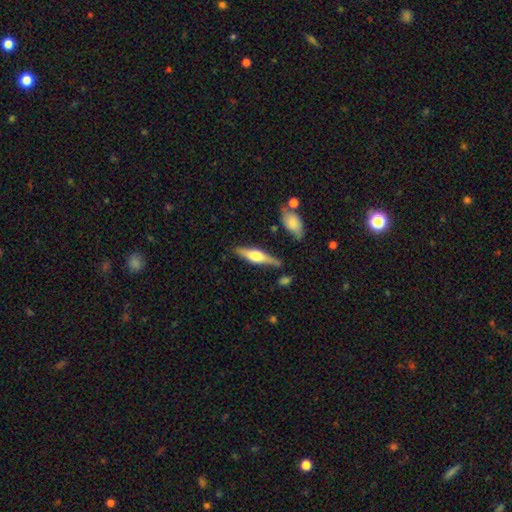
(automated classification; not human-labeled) smooth-or-featured: featured or disk: 62% | smooth: 32% | star or artifact: 5%
  disk-edge-on: yes: 95% | no: 5%
    edge-on-bulge: rounded: 88% | boxy: 10% | none: 2%
  merging: none: 80% | minor disturbance: 13% | merger: 4% | major disturbance: 3%